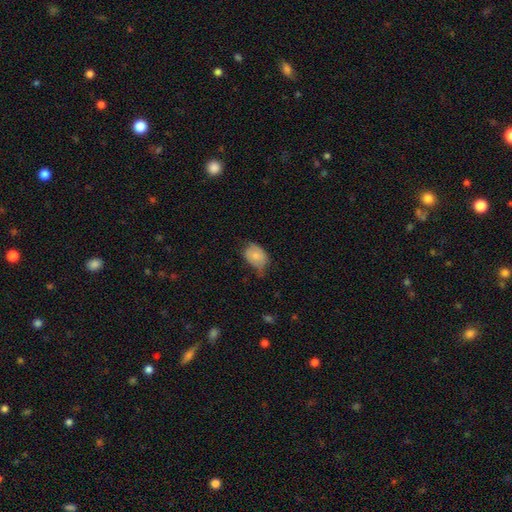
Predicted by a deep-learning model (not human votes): Morphology: type=smooth (76%); roundness=in between (76%); merging=minor disturbance (45%).